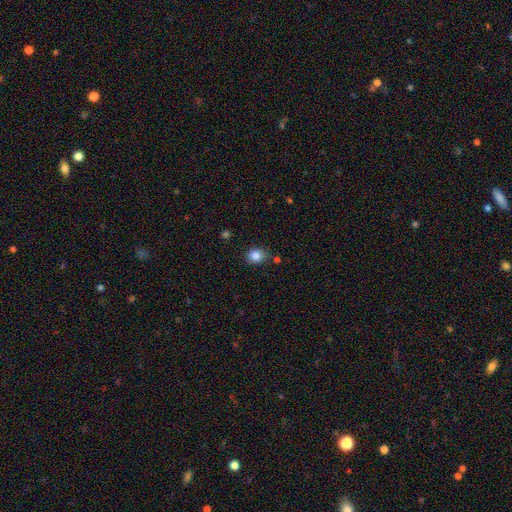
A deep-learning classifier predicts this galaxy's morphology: Smooth or featured?
  - smooth: 85% *
  - star or artifact: 10%
  - featured or disk: 5%
How rounded?
  - round: 68% *
  - in between: 31%
  - cigar-shaped: 1%
Merging?
  - none: 78% *
  - minor disturbance: 14%
  - merger: 5%
  - major disturbance: 3%